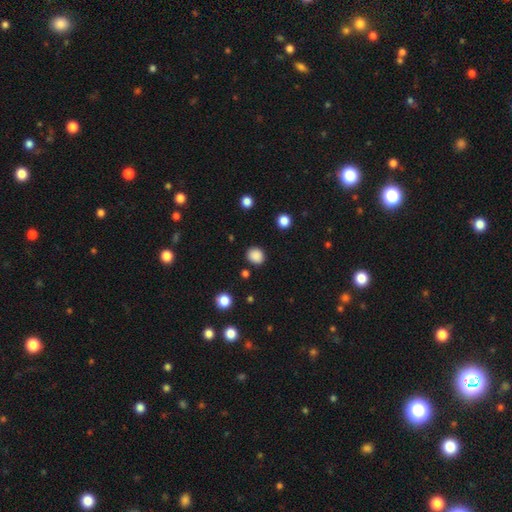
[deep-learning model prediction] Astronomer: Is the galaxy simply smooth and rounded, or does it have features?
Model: smooth — 87%.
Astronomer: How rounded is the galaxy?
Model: round — 76%.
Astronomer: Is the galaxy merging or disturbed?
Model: none — 88%.